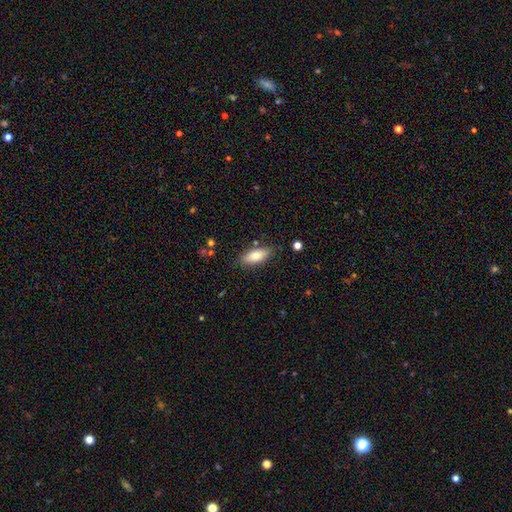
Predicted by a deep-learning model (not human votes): Smooth or featured?
  - smooth: 77% *
  - featured or disk: 17%
  - star or artifact: 7%
How rounded?
  - in between: 79% *
  - cigar-shaped: 19%
  - round: 2%
Merging?
  - none: 83% *
  - minor disturbance: 12%
  - major disturbance: 3%
  - merger: 2%